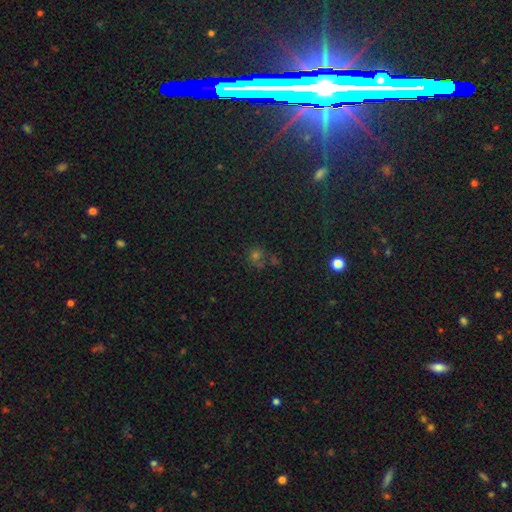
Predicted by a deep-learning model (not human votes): Smooth or featured: smooth — 48% (star or artifact — 38%)
Merging: none — 58% (merger — 18%)